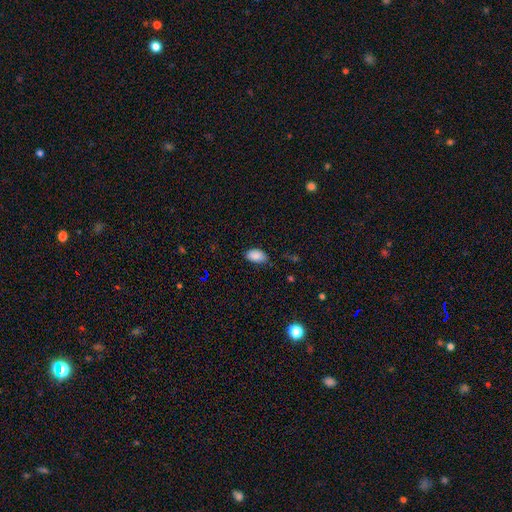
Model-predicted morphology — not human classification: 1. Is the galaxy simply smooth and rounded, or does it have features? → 87% smooth, 8% star or artifact, 5% featured or disk.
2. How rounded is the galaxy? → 93% in between, 5% round, 1% cigar-shaped.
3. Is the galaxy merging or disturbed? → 76% none, 20% minor disturbance, 3% major disturbance, 1% merger.